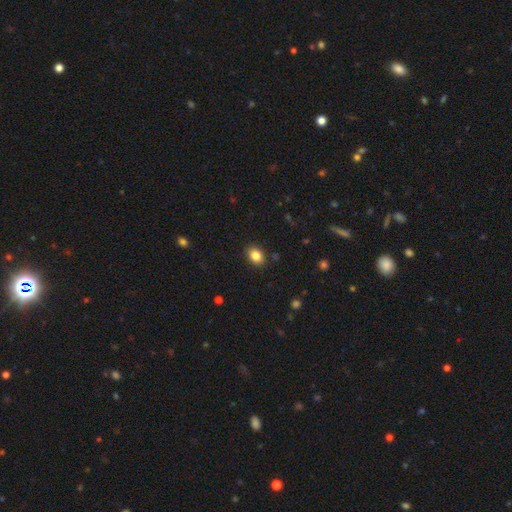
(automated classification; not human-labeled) A smooth galaxy with no disk features (85%) that is in between round and cigar-shaped (58%).

Vote fractions:
- Smooth or featured? smooth: 85% / star or artifact: 10% / featured or disk: 6%
- How rounded? in between: 58% / round: 41% / cigar-shaped: 1%
- Merging? none: 88% / minor disturbance: 9% / major disturbance: 2% / merger: 1%